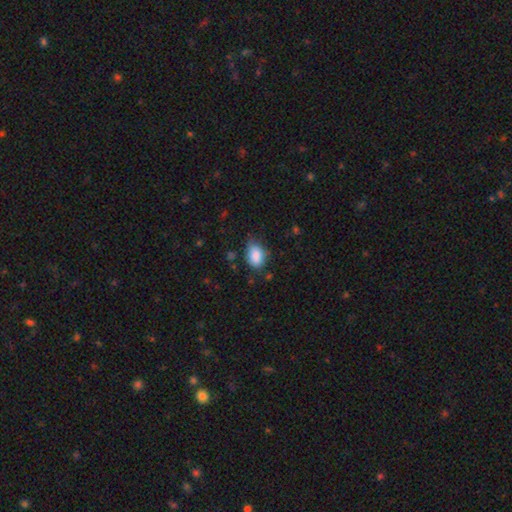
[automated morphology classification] This appears to be a smooth galaxy with no disk features (87%) that is in between round and cigar-shaped (83%). Merging: none (63%).